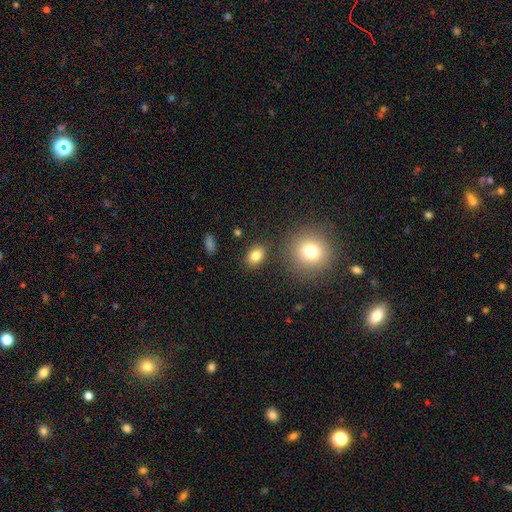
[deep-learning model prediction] smooth 81%, star or artifact 11%, featured or disk 8%. Down the decision tree: how rounded — in between (71%); merging — none (83%).